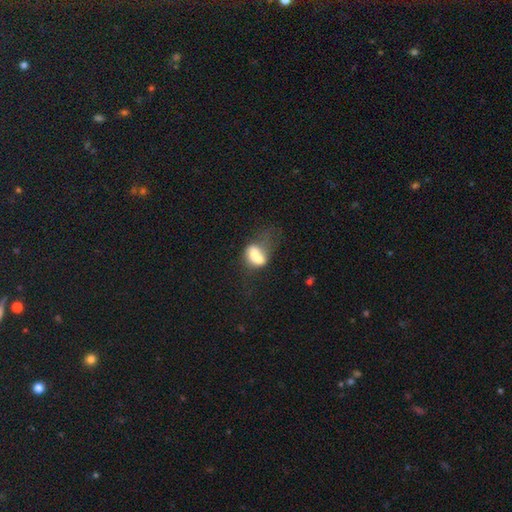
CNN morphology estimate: Smooth or featured? smooth (57%)
How rounded? in between (57%)
Merging? merger (68%)